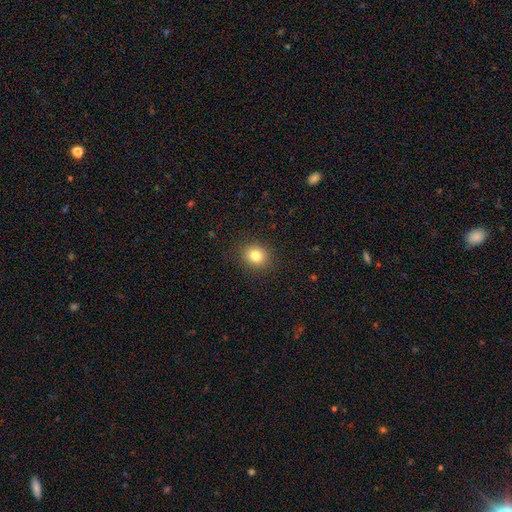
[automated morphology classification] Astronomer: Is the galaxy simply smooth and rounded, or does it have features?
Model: smooth — 82%.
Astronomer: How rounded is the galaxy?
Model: round — 75%.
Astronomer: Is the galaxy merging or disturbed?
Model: none — 89%.